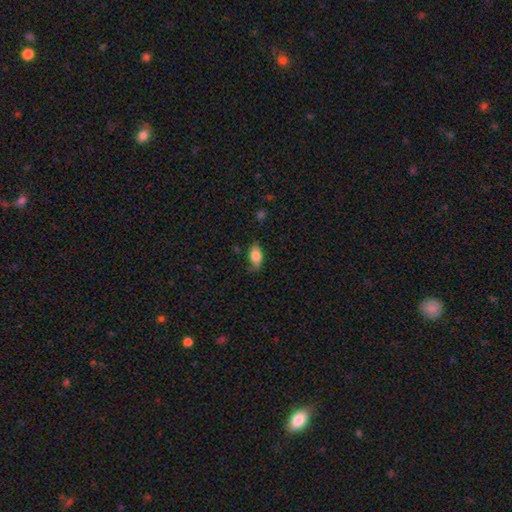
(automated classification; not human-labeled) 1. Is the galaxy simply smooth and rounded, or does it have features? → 81% smooth, 11% featured or disk, 8% star or artifact.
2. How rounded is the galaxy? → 87% in between, 7% round, 6% cigar-shaped.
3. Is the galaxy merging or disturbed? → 73% none, 21% minor disturbance, 4% major disturbance, 2% merger.